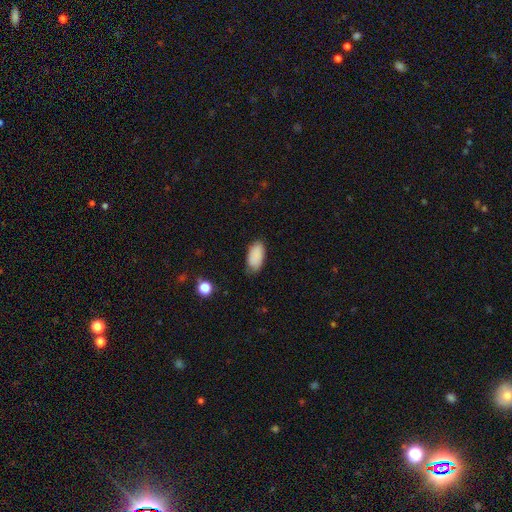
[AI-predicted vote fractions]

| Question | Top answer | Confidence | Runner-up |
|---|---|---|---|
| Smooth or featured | smooth | 88% | star or artifact (7%) |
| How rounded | in between | 94% | cigar-shaped (3%) |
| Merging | none | 74% | minor disturbance (21%) |